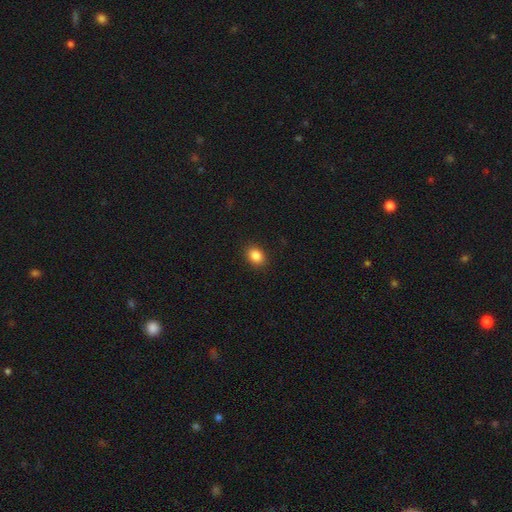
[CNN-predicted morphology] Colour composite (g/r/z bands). It shows a smooth galaxy with no disk features (87%) that is in between round and cigar-shaped (59%). Merging: none (89%).